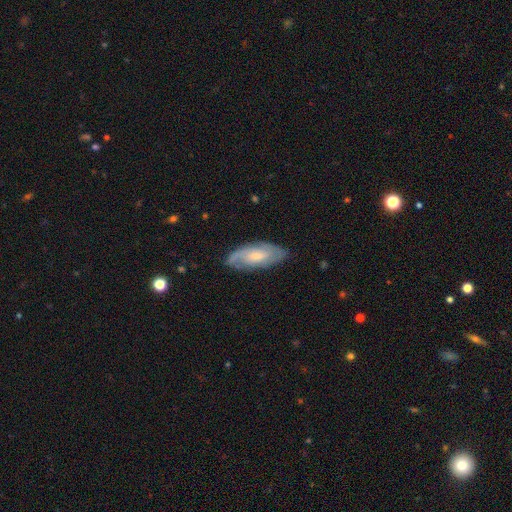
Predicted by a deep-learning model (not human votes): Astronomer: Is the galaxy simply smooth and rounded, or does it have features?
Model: featured or disk — 65%.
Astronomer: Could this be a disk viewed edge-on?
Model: no — 90%.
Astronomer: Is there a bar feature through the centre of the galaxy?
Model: no — 50% (runner-up: weak, 42%).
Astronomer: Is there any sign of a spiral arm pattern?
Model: yes — 88%.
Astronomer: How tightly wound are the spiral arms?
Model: tight — 42% (runner-up: medium, 41%).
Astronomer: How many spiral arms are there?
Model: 2 — 51% (runner-up: can't tell, 30%).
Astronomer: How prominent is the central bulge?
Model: small — 50% (runner-up: moderate, 41%).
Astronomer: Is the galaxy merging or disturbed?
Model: none — 76%.